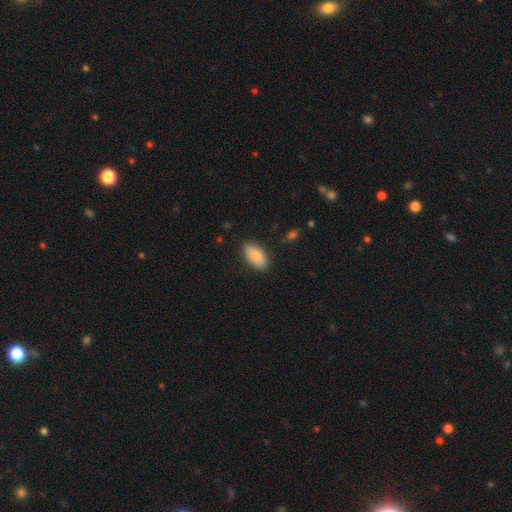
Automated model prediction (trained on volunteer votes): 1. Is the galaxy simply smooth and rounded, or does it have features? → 86% smooth, 8% featured or disk, 6% star or artifact.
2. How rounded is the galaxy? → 93% in between, 4% cigar-shaped, 3% round.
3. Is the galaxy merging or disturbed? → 86% none, 11% minor disturbance, 2% major disturbance, 1% merger.